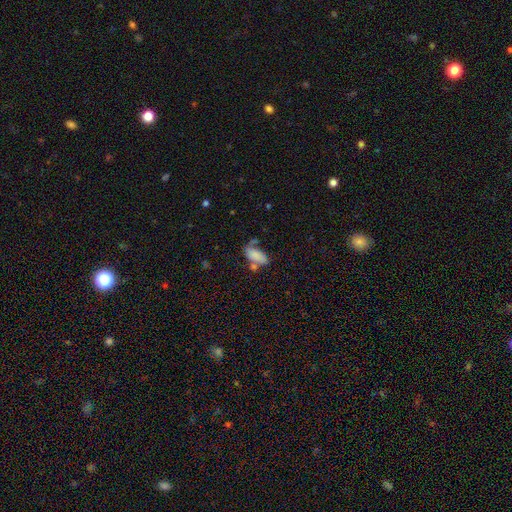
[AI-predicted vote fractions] smooth_or_featured: smooth (p=0.76) [alt: featured or disk p=0.15]
how_rounded: in between (p=0.90) [alt: cigar-shaped p=0.07]
merging: none (p=0.38) [alt: merger p=0.26]